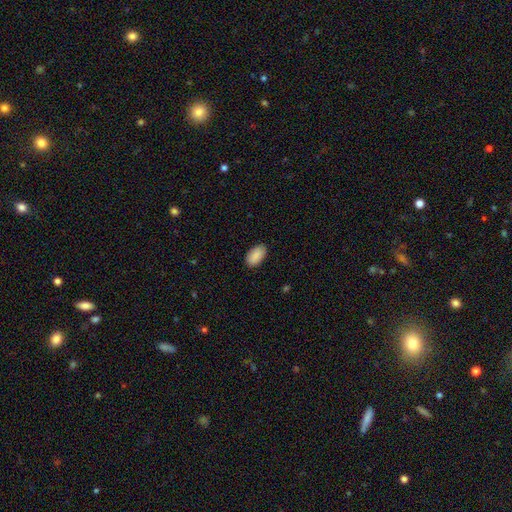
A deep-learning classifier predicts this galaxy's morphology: smooth-or-featured: smooth: 90% | star or artifact: 6% | featured or disk: 3%
  how-rounded: in between: 95% | round: 4% | cigar-shaped: 2%
  merging: none: 87% | minor disturbance: 10% | major disturbance: 2% | merger: 1%